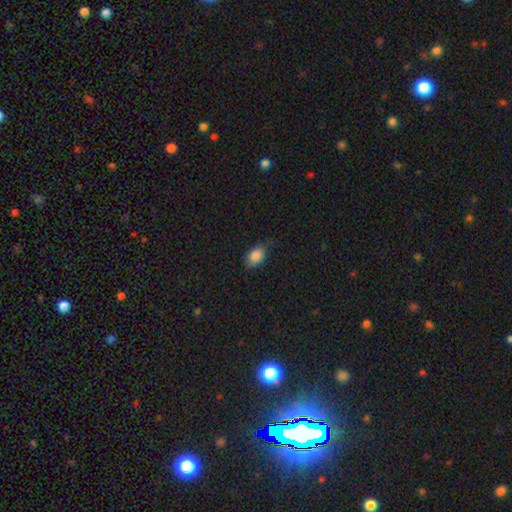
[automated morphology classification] smooth-or-featured: smooth: 86% | star or artifact: 8% | featured or disk: 5%
  how-rounded: in between: 83% | round: 15% | cigar-shaped: 2%
  merging: none: 71% | minor disturbance: 23% | major disturbance: 5% | merger: 1%